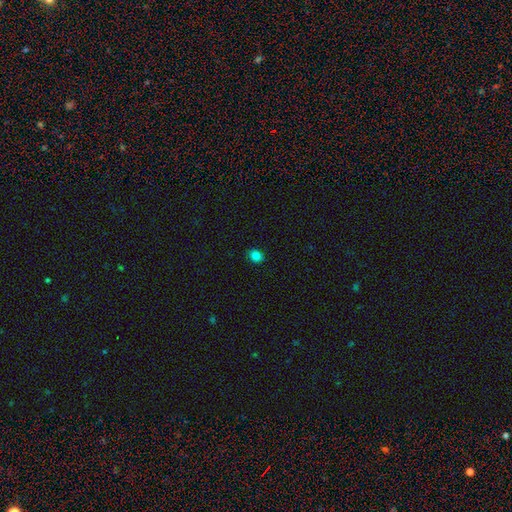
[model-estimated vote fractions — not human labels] Q: Smooth or featured?
A: smooth (83%); runner-up: star or artifact (12%)
Q: How rounded?
A: round (58%); runner-up: in between (41%)
Q: Merging?
A: none (89%); runner-up: minor disturbance (8%)